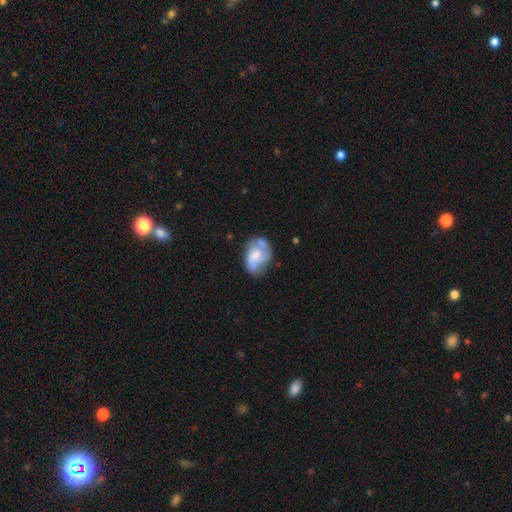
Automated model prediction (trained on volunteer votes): Smooth or featured?
  - featured or disk: 61% *
  - smooth: 31%
  - star or artifact: 7%
Edge-on disk?
  - no: 97% *
  - yes: 3%
Bar?
  - no: 58% *
  - weak: 35%
  - strong: 7%
Spiral arms?
  - yes: 79% *
  - no: 21%
Bulge size?
  - moderate: 35% *
  - small: 27%
  - none: 24%
  - large: 11%
  - dominant: 2%
Merging?
  - none: 45% *
  - minor disturbance: 27%
  - major disturbance: 17%
  - merger: 11%